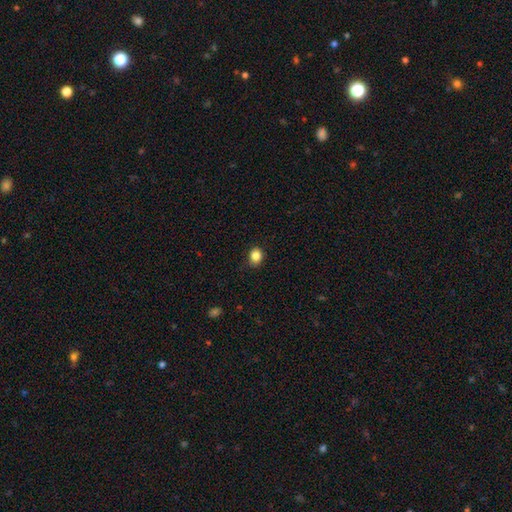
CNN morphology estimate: Smooth or featured? Predicted: smooth (p=0.85). How rounded? Predicted: round (p=0.59). Merging? Predicted: none (p=0.84).